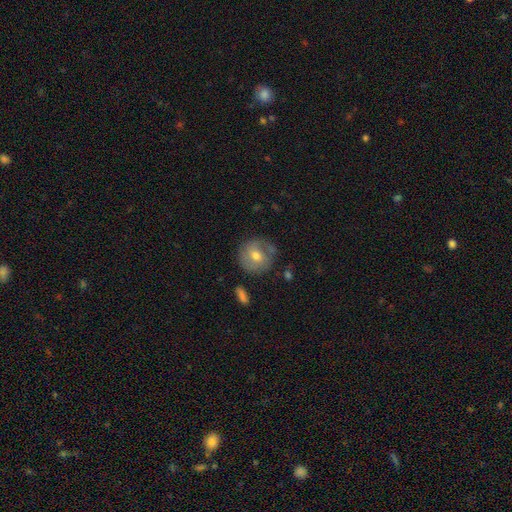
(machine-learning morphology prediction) Overall: smooth (57%; featured or disk 35%). How rounded: round (89%). Merging: none (72%).